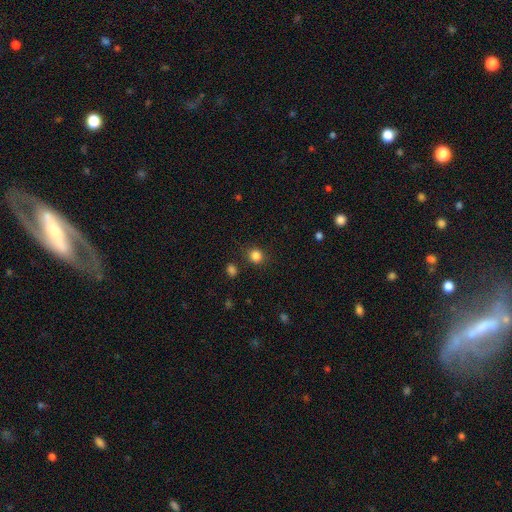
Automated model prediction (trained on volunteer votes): Smooth or featured? smooth (84%)
How rounded? round (84%)
Merging? none (85%)